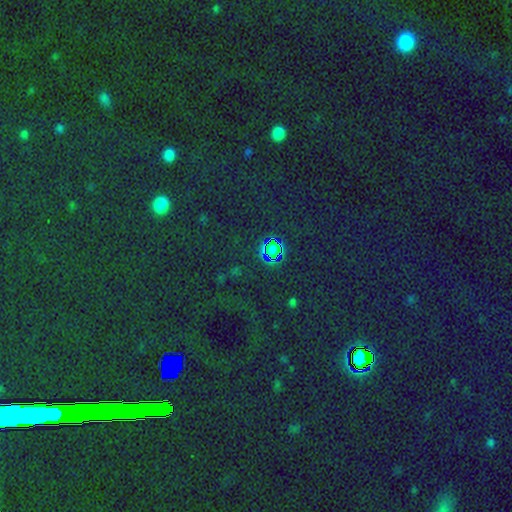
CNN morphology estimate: Smooth or featured: star or artifact — 81% (smooth — 11%)